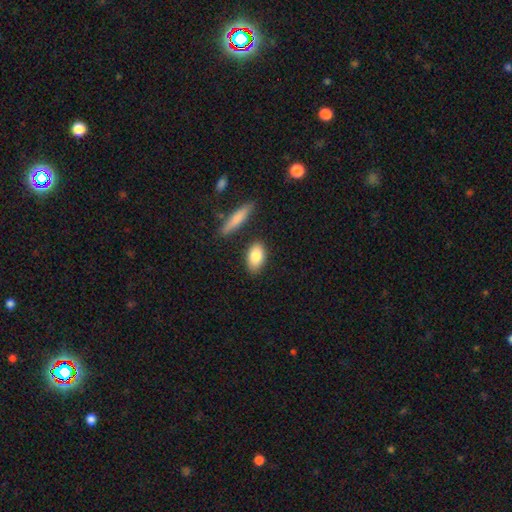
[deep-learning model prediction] This appears to be a smooth galaxy with no disk features (84%) that is in between round and cigar-shaped (89%). Merging: none (82%).